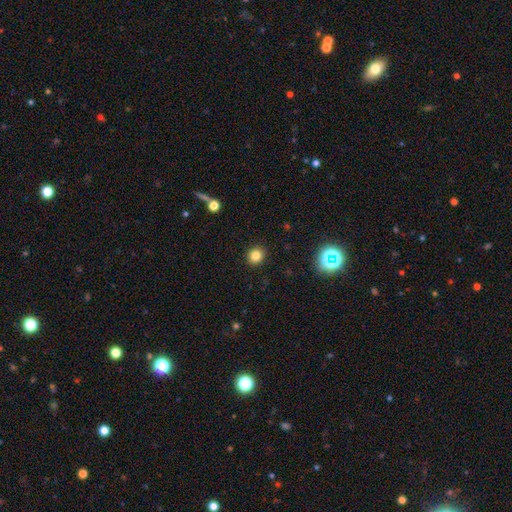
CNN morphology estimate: Smooth or featured? Predicted: smooth (p=0.81). How rounded? Predicted: round (p=0.85). Merging? Predicted: none (p=0.92).